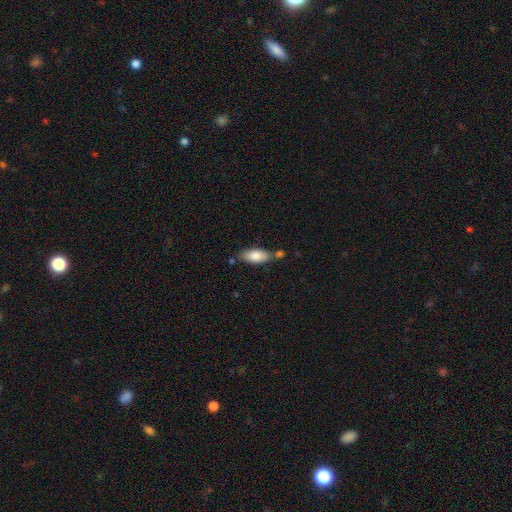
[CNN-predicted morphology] smooth-or-featured: smooth: 81% | featured or disk: 13% | star or artifact: 6%
  how-rounded: in between: 84% | cigar-shaped: 14% | round: 2%
  merging: none: 63% | minor disturbance: 17% | merger: 16% | major disturbance: 4%